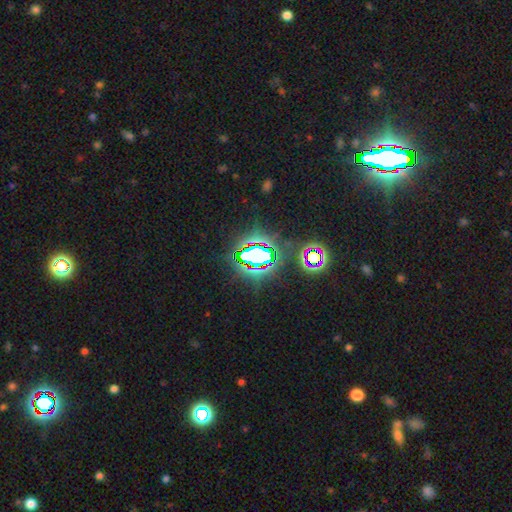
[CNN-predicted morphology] The model was most divided on "smooth or featured": star or artifact: 70%, smooth: 17%, featured or disk: 13%.